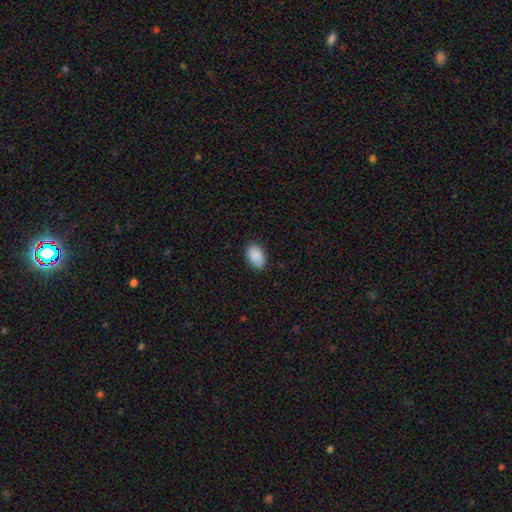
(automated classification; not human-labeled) smooth_or_featured: smooth (p=0.90) [alt: star or artifact p=0.07]
how_rounded: in between (p=0.92) [alt: round p=0.07]
merging: none (p=0.87) [alt: minor disturbance p=0.10]